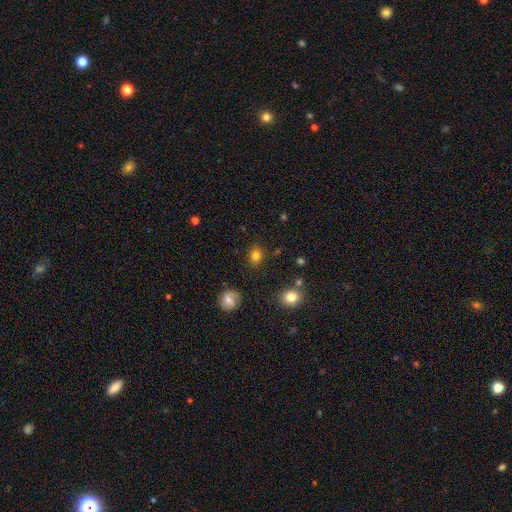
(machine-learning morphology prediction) The model was most divided on "how rounded": round: 60%, in between: 39%, cigar-shaped: 1%. More confident: merging — none (84%); smooth or featured — smooth (81%).